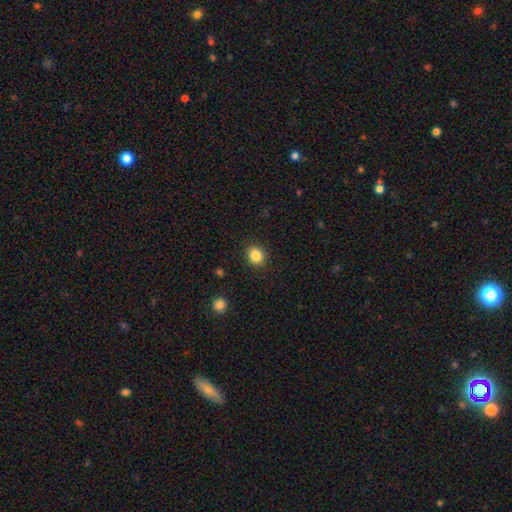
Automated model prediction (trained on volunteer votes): Smooth or featured?
  - smooth: 85% *
  - star or artifact: 10%
  - featured or disk: 5%
How rounded?
  - round: 78% *
  - in between: 21%
  - cigar-shaped: 1%
Merging?
  - none: 90% *
  - minor disturbance: 7%
  - major disturbance: 2%
  - merger: 1%